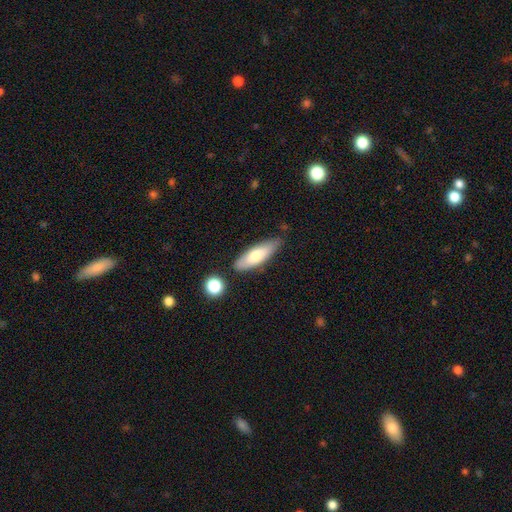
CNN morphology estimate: The model was most divided on "how rounded": cigar-shaped: 50%, in between: 48%, round: 2%. More confident: merging — none (76%); smooth or featured — smooth (70%).